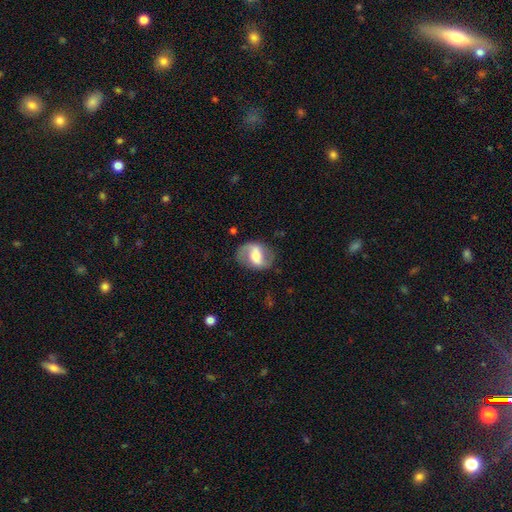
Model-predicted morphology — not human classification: Overall: featured or disk (71%). Edge-on disk: no (96%). Bar: strong (43%; weak 38%). Spiral arms: yes (86%). Spiral arm count: 2 (88%). Spiral winding: medium (43%; loose 41%). Bulge size: moderate (48%; small 22%). Merging: none (77%).